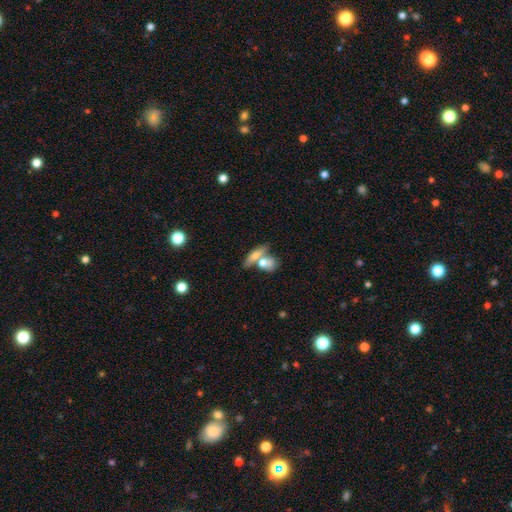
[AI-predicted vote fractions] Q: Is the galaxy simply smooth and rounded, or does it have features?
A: smooth — 60%.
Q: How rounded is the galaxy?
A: in between — 50%.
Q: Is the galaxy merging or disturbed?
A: merger — 48%.